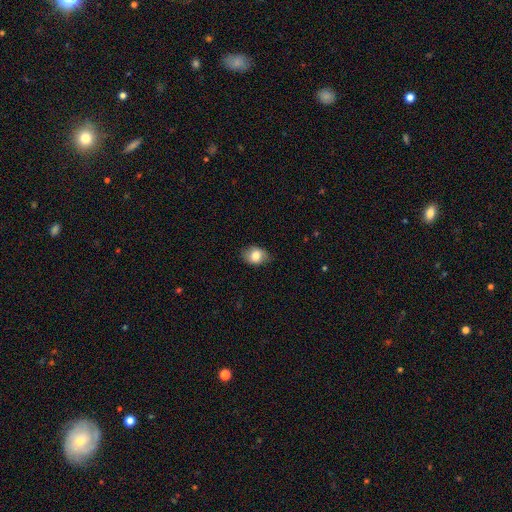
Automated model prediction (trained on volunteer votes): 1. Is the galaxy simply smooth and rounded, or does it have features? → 80% smooth, 11% featured or disk, 8% star or artifact.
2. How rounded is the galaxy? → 66% in between, 33% round, 1% cigar-shaped.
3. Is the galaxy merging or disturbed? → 75% none, 20% minor disturbance, 4% major disturbance, 1% merger.